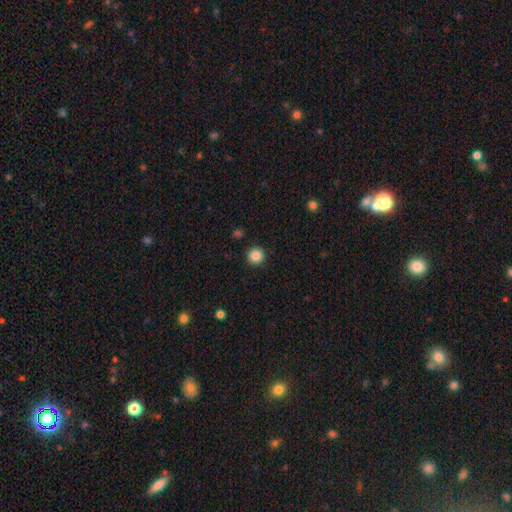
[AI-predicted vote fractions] Smooth or featured? Predicted: smooth (p=0.86). How rounded? Predicted: round (p=0.95). Merging? Predicted: none (p=0.92).